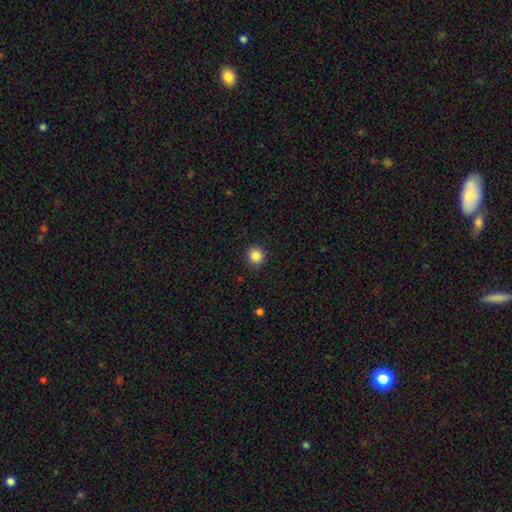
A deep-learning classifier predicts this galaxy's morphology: The model was most divided on "smooth or featured": smooth: 86%, star or artifact: 10%, featured or disk: 4%. More confident: merging — none (91%); how rounded — round (89%).